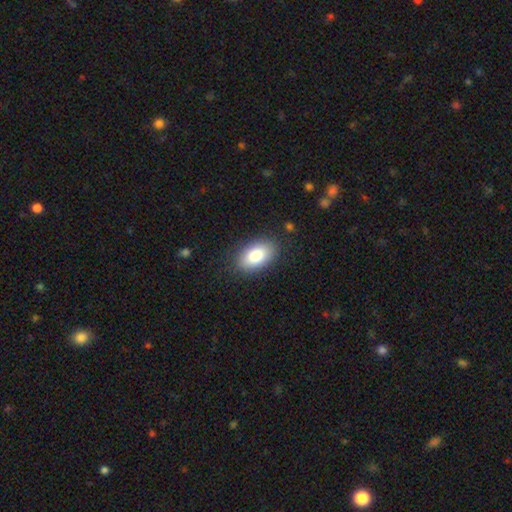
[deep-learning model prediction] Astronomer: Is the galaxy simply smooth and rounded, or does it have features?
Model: smooth — 84%.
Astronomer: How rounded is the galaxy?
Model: in between — 93%.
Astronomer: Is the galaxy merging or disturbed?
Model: none — 86%.